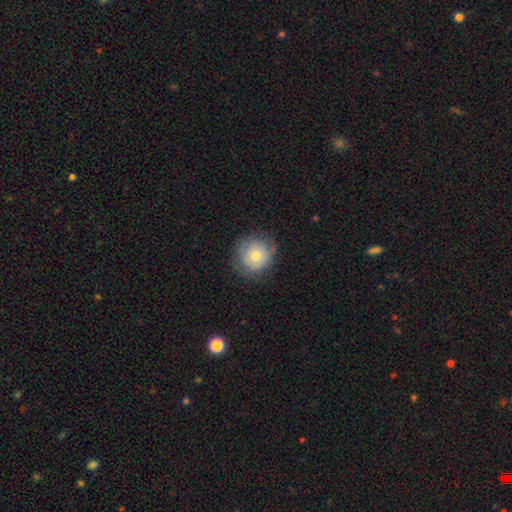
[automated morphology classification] A smooth galaxy with no disk features (68%) that is round (91%). Merging: none (76%).